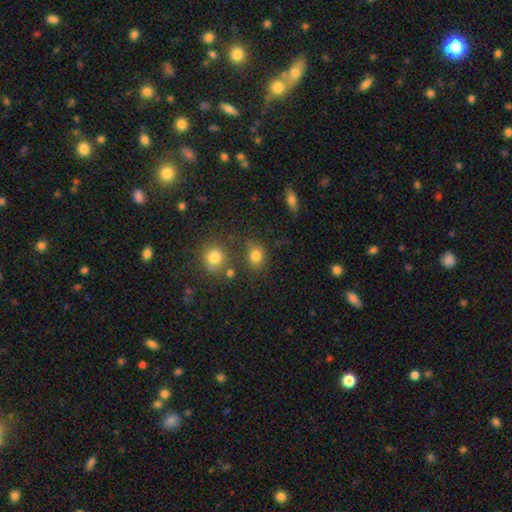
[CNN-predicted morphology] A smooth galaxy with no disk features (79%) that is round (57%). Merging: none (68%).